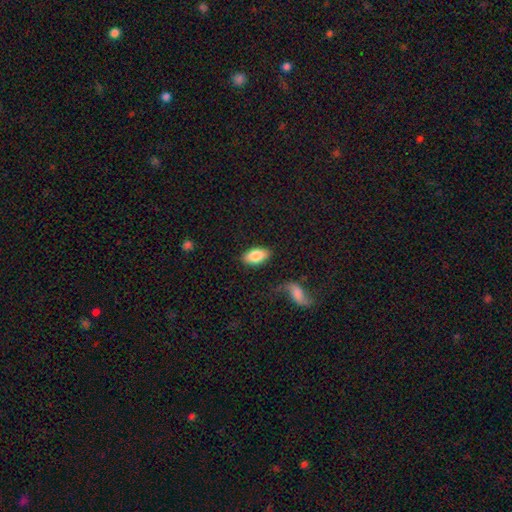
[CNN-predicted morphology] This appears to be a smooth galaxy with no disk features (83%) that is in between round and cigar-shaped (93%). Merging: none (83%).